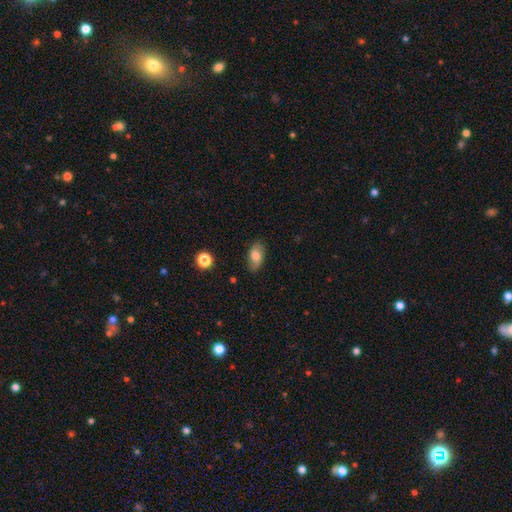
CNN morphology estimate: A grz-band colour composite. It shows a smooth galaxy with no disk features (75%) that is in between round and cigar-shaped (91%). Merging: none (80%).